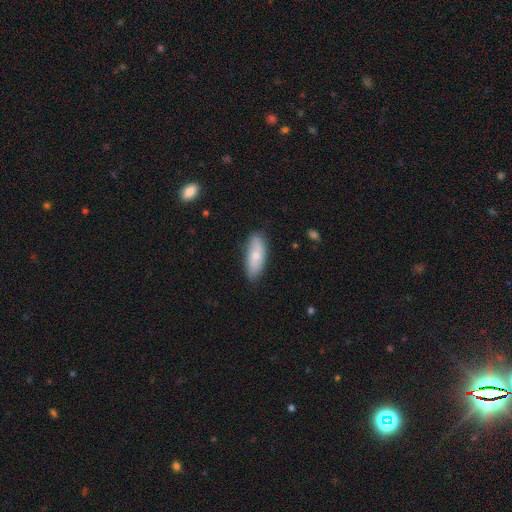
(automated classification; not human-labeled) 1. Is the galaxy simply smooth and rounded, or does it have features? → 66% smooth, 28% featured or disk, 6% star or artifact.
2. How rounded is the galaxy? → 74% in between, 24% cigar-shaped, 3% round.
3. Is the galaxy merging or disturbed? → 79% none, 16% minor disturbance, 3% major disturbance, 1% merger.